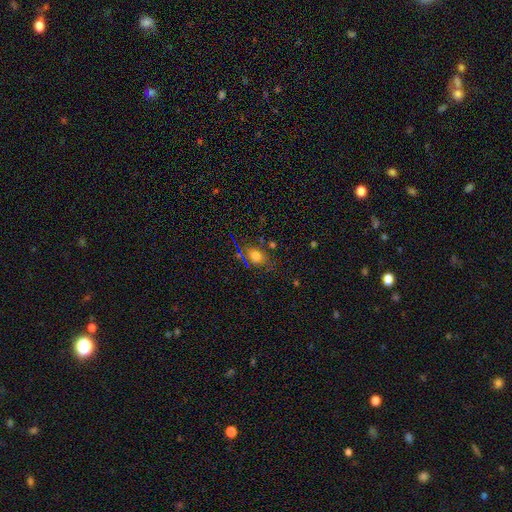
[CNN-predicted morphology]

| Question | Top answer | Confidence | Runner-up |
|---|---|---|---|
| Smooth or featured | smooth | 66% | star or artifact (22%) |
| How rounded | in between | 56% | round (41%) |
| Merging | none | 71% | minor disturbance (17%) |